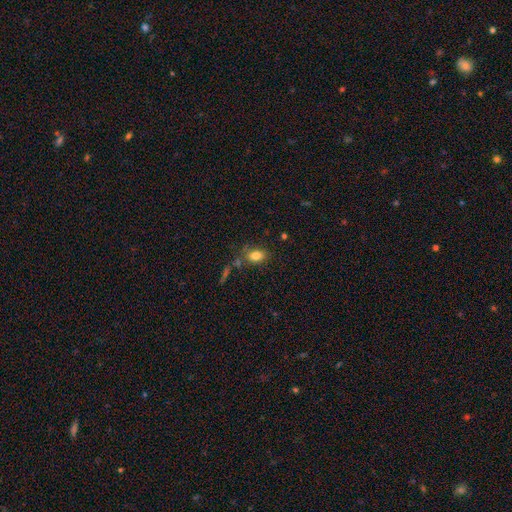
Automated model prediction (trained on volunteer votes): A smooth galaxy with no disk features (81%) that is in between round and cigar-shaped (78%).

Vote fractions:
- Smooth or featured? smooth: 81% / star or artifact: 10% / featured or disk: 9%
- How rounded? in between: 78% / round: 20% / cigar-shaped: 2%
- Merging? none: 68% / minor disturbance: 17% / merger: 9% / major disturbance: 6%